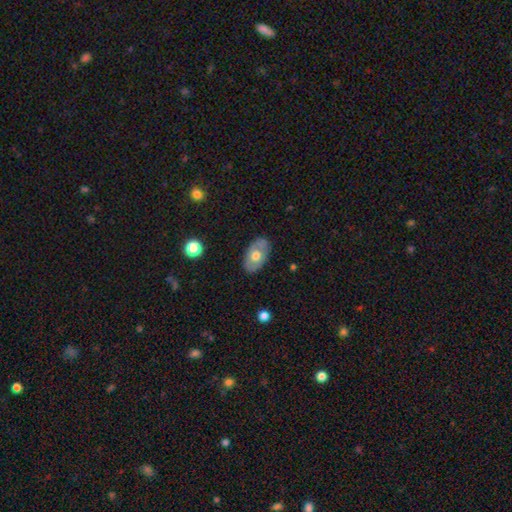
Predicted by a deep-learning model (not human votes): This is possibly a smooth galaxy (56%). How rounded: clearly in between (90%). Merging: clearly none (84%).